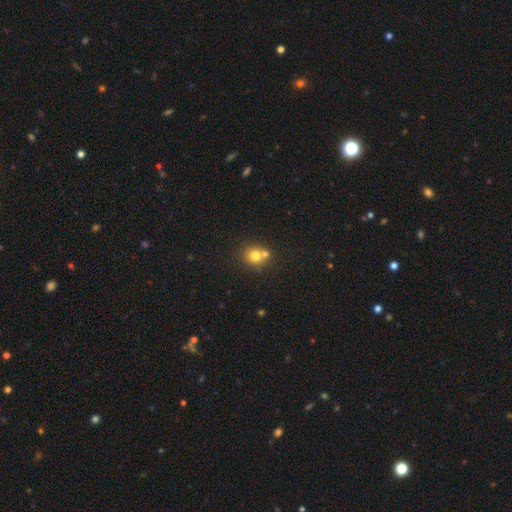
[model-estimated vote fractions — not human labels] The model was most divided on "merging": none: 52%, merger: 37%, minor disturbance: 8%, major disturbance: 3%. More confident: how rounded — round (85%); smooth or featured — smooth (75%).